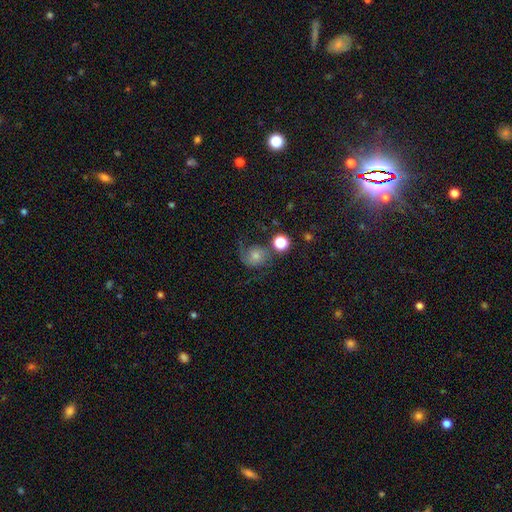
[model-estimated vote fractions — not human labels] This is possibly a featured or disk galaxy (46%). Merging: possibly none (49%).